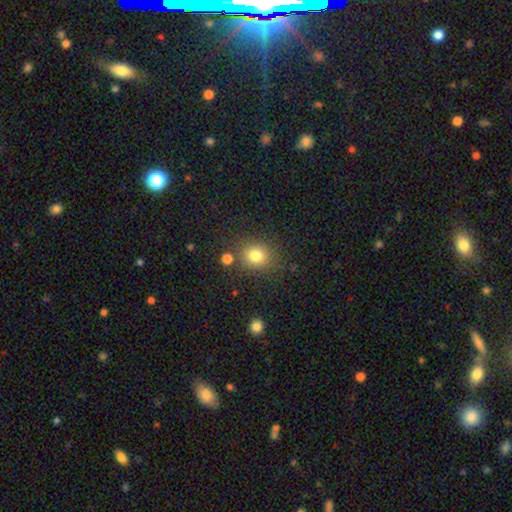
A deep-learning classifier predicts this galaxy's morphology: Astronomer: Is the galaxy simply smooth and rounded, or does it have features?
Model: smooth — 80%.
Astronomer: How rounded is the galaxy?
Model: round — 76%.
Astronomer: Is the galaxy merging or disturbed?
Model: none — 79%.